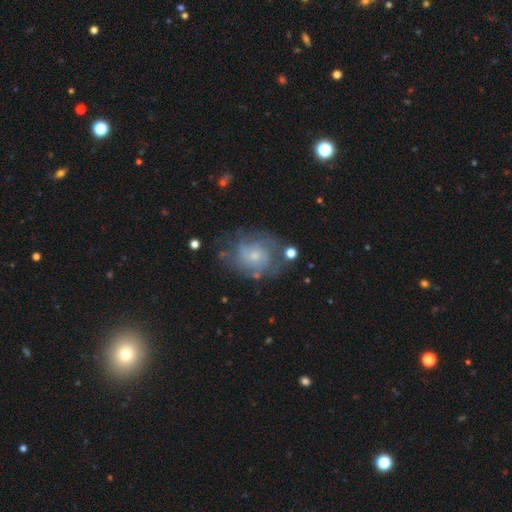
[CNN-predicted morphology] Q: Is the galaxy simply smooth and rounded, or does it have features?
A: featured or disk — 66%.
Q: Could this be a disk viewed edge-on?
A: no — 97%.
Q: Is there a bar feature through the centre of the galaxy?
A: no — 77%.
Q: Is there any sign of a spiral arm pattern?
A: yes — 77%.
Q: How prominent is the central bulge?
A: small — 65%.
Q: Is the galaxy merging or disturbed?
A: none — 61%.